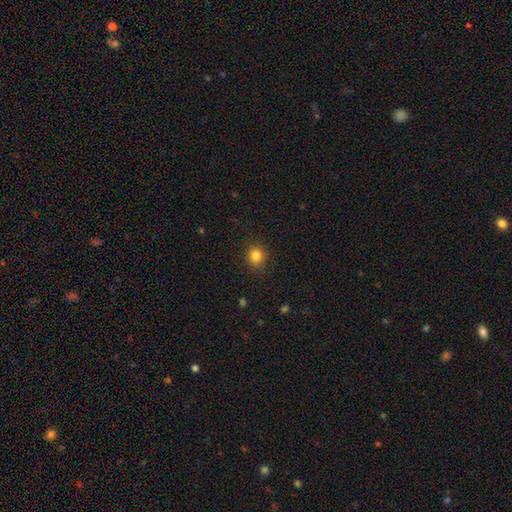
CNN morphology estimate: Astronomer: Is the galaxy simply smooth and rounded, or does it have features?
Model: smooth — 84%.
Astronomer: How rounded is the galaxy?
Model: round — 83%.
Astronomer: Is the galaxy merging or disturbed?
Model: none — 86%.